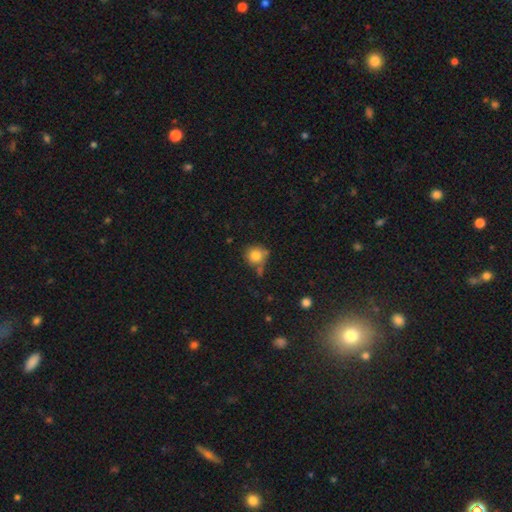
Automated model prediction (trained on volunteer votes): Smooth or featured?
  - smooth: 82% *
  - star or artifact: 10%
  - featured or disk: 8%
How rounded?
  - round: 88% *
  - in between: 11%
  - cigar-shaped: 1%
Merging?
  - none: 61% *
  - minor disturbance: 19%
  - merger: 14%
  - major disturbance: 6%